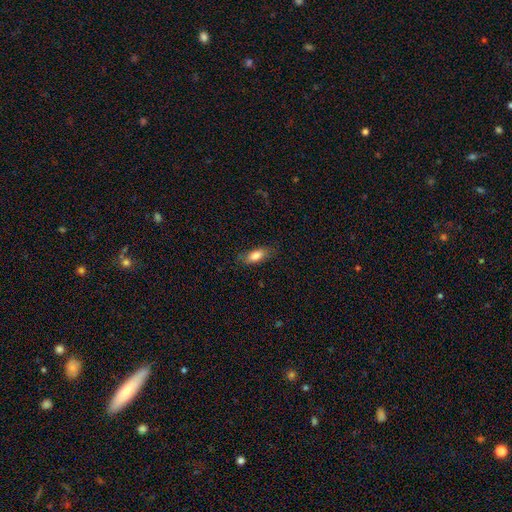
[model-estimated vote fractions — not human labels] Smooth or featured?
  - smooth: 82% *
  - featured or disk: 11%
  - star or artifact: 7%
How rounded?
  - in between: 78% *
  - cigar-shaped: 19%
  - round: 3%
Merging?
  - none: 77% *
  - minor disturbance: 17%
  - major disturbance: 5%
  - merger: 1%